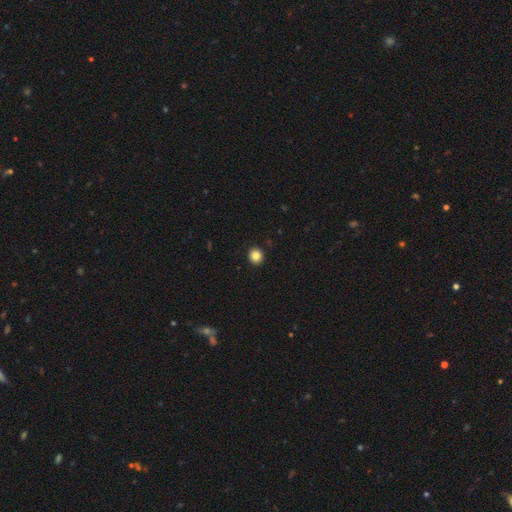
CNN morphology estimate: A smooth galaxy with no disk features (84%) that is round (88%).

Vote fractions:
- Smooth or featured? smooth: 84% / star or artifact: 11% / featured or disk: 5%
- How rounded? round: 88% / in between: 11% / cigar-shaped: 1%
- Merging? none: 93% / minor disturbance: 5% / major disturbance: 1% / merger: 1%